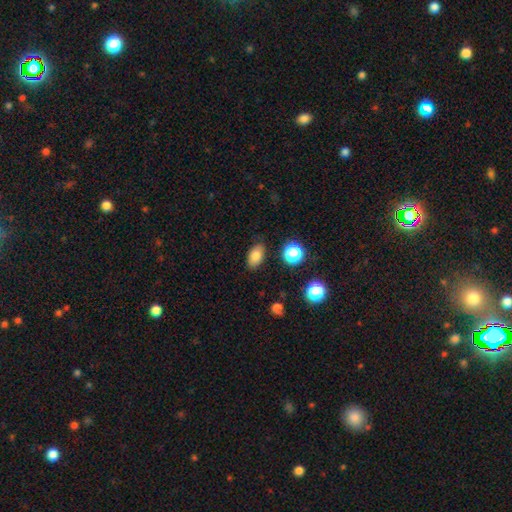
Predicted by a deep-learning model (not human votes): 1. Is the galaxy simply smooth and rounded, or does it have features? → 81% smooth, 11% star or artifact, 8% featured or disk.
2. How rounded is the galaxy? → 88% in between, 9% round, 2% cigar-shaped.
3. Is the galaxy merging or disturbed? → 84% none, 11% minor disturbance, 3% major disturbance, 2% merger.